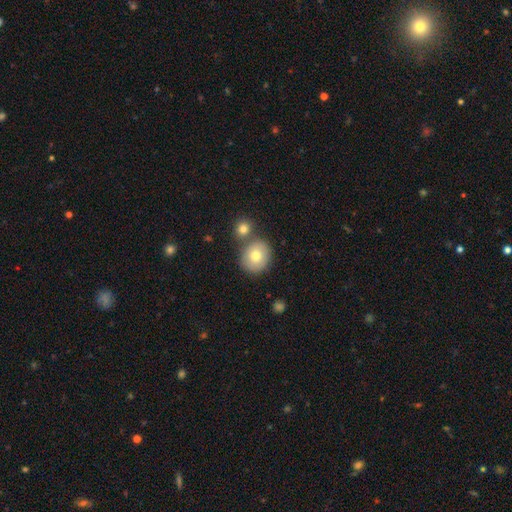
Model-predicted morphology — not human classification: Smooth or featured: smooth — 75% (featured or disk — 17%)
How rounded: round — 81% (in between — 18%)
Merging: none — 62% (merger — 24%)